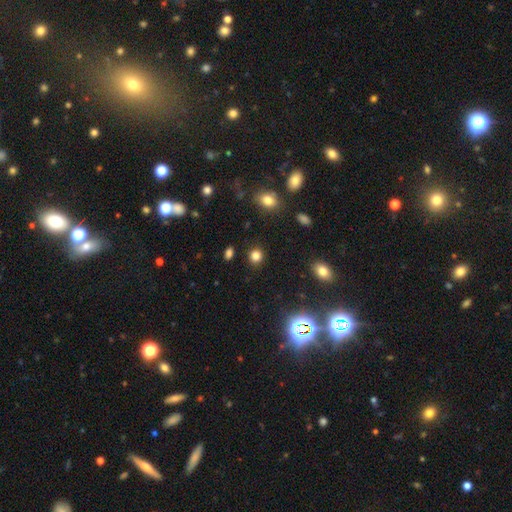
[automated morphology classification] Smooth or featured? smooth (82%)
How rounded? round (82%)
Merging? none (88%)